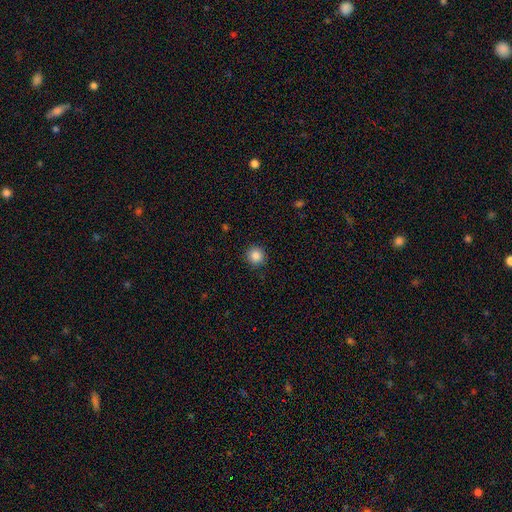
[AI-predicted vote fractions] Morphology: type=smooth (87%); roundness=round (94%); merging=none (90%).